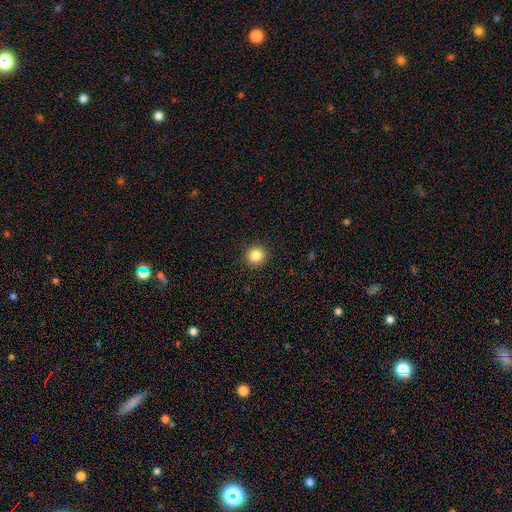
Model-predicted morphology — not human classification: A smooth galaxy with no disk features (85%) that is round (93%). Merging: none (93%).